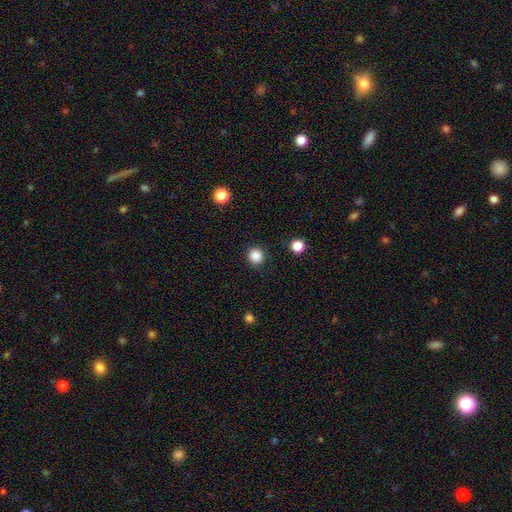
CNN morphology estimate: smooth_or_featured: smooth (p=0.86) [alt: star or artifact p=0.11]
how_rounded: round (p=0.93) [alt: in between p=0.06]
merging: none (p=0.91) [alt: minor disturbance p=0.06]